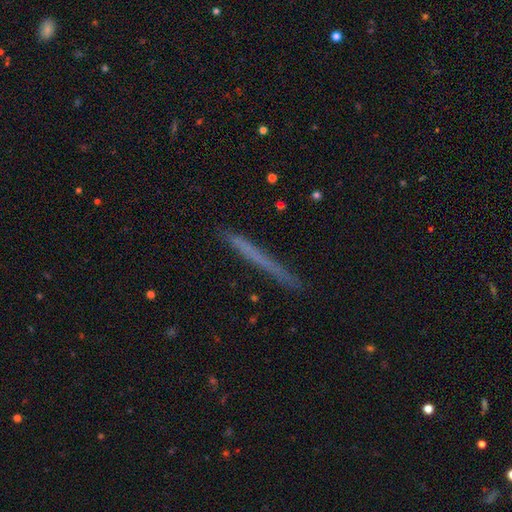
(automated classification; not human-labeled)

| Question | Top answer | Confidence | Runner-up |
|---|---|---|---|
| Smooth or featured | smooth | 55% | featured or disk (38%) |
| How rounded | cigar-shaped | 97% | in between (2%) |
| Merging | none | 87% | minor disturbance (10%) |